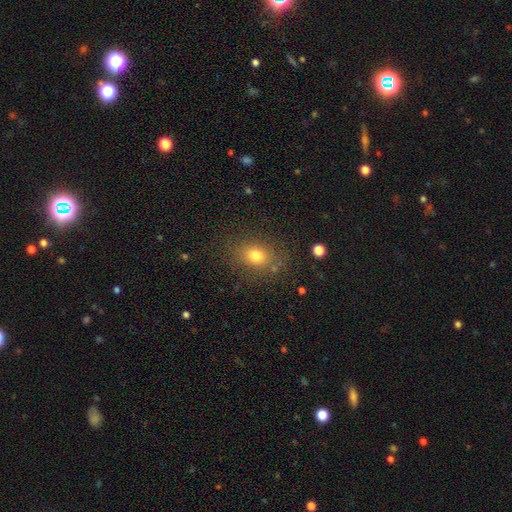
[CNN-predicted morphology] This appears to be a smooth galaxy with no disk features (75%) that is in between round and cigar-shaped (54%). Merging: none (80%).